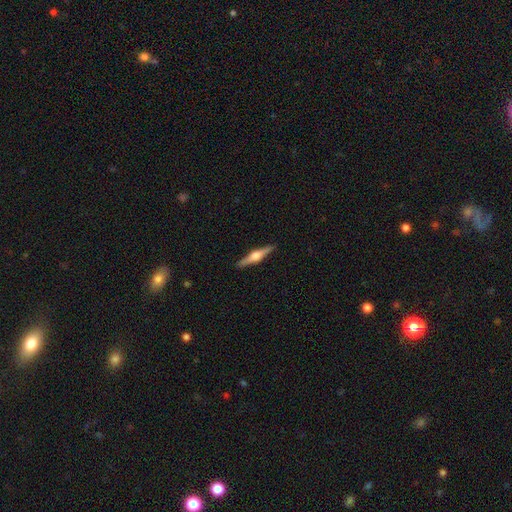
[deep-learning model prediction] This appears to be a featured or disk galaxy (75%) viewed edge-on (98%) with a rounded central bulge (90%). Merging: none (91%).